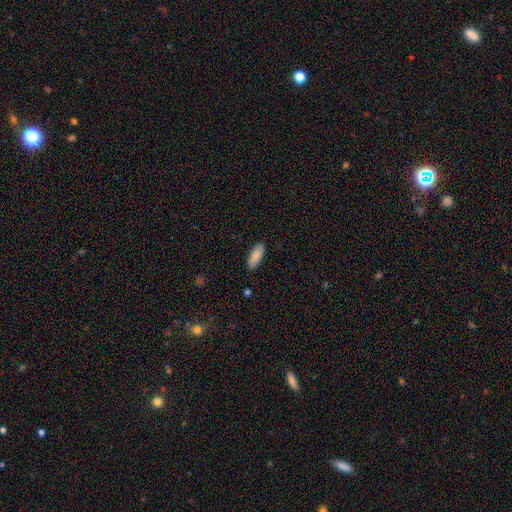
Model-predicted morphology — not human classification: smooth-or-featured: smooth: 87% | featured or disk: 7% | star or artifact: 6%
  how-rounded: in between: 70% | cigar-shaped: 28% | round: 2%
  merging: none: 89% | minor disturbance: 8% | major disturbance: 2% | merger: 1%